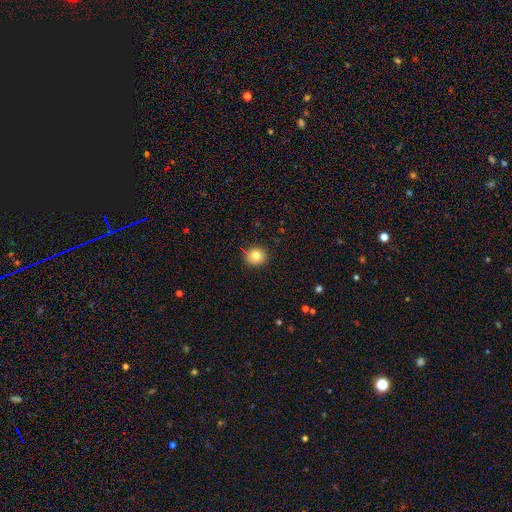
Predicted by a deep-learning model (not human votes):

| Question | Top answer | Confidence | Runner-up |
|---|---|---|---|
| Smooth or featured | smooth | 81% | star or artifact (11%) |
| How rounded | round | 87% | in between (12%) |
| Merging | none | 89% | minor disturbance (8%) |